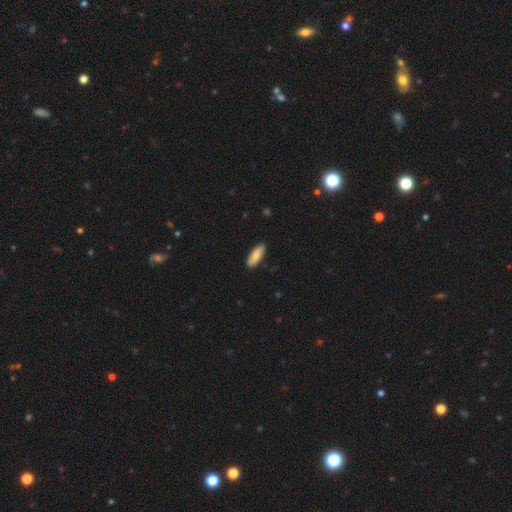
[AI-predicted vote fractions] smooth-or-featured: smooth: 83% | featured or disk: 11% | star or artifact: 5%
  how-rounded: in between: 63% | cigar-shaped: 35% | round: 2%
  merging: none: 88% | minor disturbance: 9% | major disturbance: 2% | merger: 1%